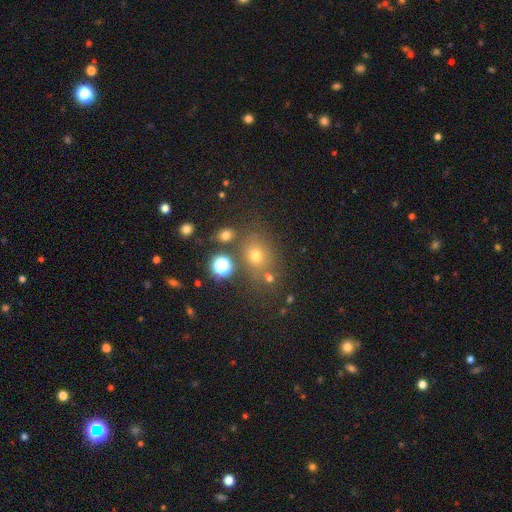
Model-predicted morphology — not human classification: A smooth galaxy with no disk features (61%) that is round (67%). Merging: none (70%).